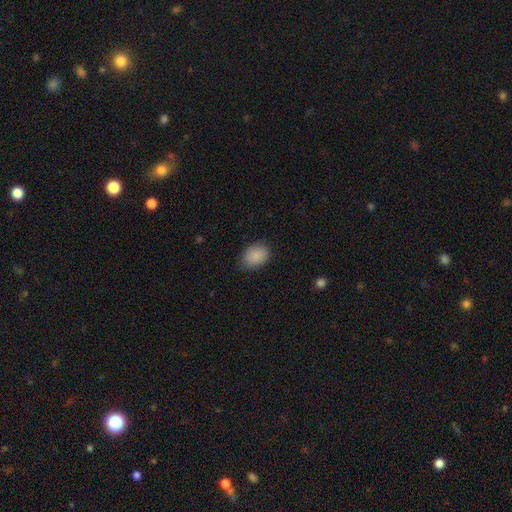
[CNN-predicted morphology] smooth 89%, star or artifact 8%, featured or disk 4%. Down the decision tree: how rounded — in between (74%); merging — none (78%).